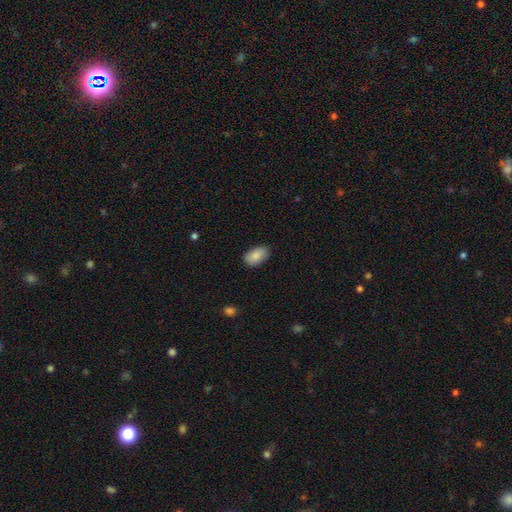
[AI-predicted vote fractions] The model was most divided on "merging": none: 85%, minor disturbance: 12%, major disturbance: 2%, merger: 1%. More confident: how rounded — in between (93%); smooth or featured — smooth (87%).